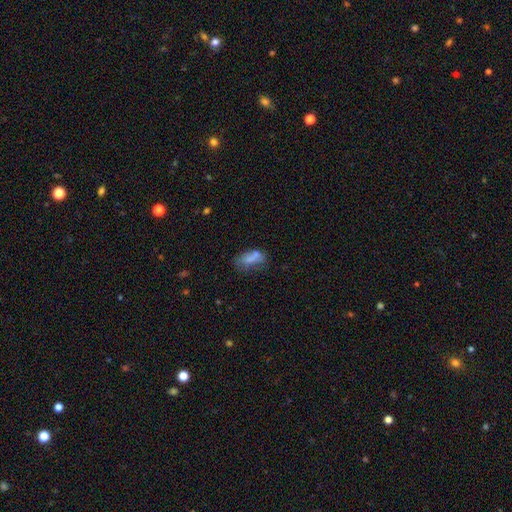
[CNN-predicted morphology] This is possibly a smooth galaxy (55%). How rounded: clearly in between (83%). Merging: likely none (61%).